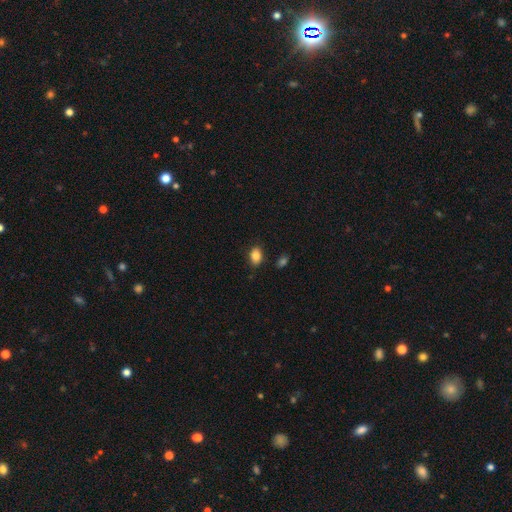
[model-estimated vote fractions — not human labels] Q: Smooth or featured?
A: smooth (86%); runner-up: star or artifact (9%)
Q: How rounded?
A: in between (77%); runner-up: round (22%)
Q: Merging?
A: none (83%); runner-up: minor disturbance (11%)